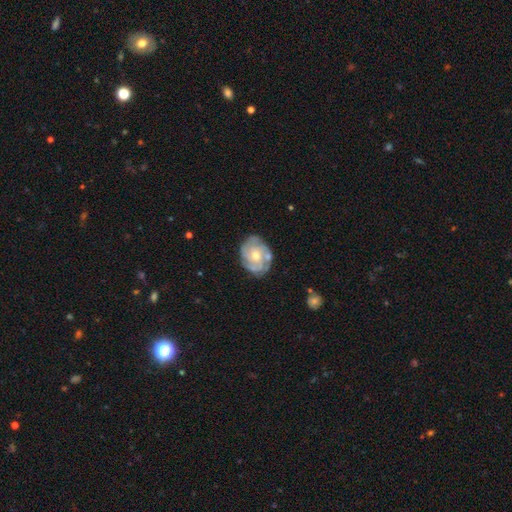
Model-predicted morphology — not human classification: The model was most divided on "spiral arm count": can't tell: 40%, 3: 23%, 2: 14%, 4: 13%, more than 4: 5%, 1: 5%. More confident: edge-on disk — no (97%); spiral arms — yes (83%); bar — no (76%); smooth or featured — featured or disk (73%); merging — none (71%); bulge size — moderate (64%); spiral winding — tight (62%).